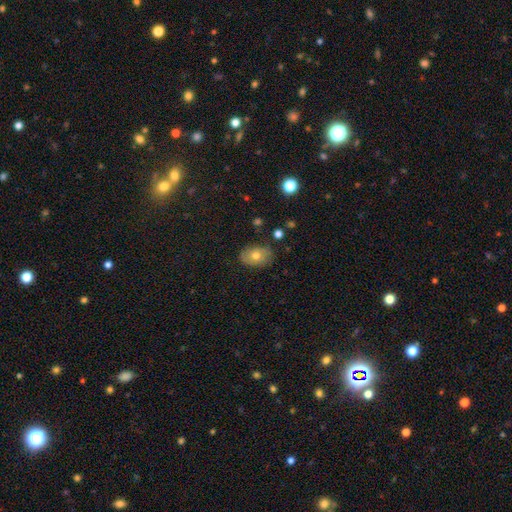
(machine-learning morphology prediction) This is likely a smooth galaxy (72%). How rounded: clearly in between (82%). Merging: clearly none (81%).